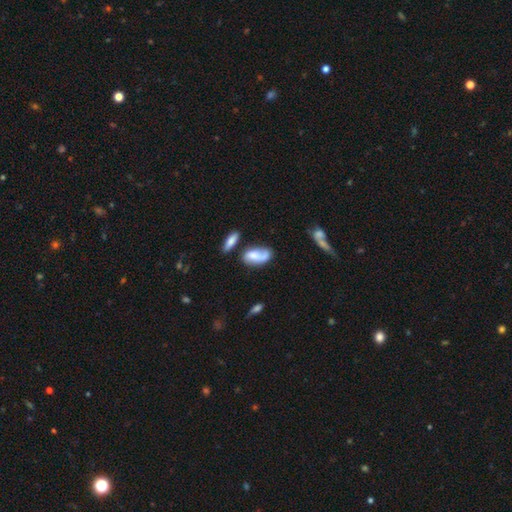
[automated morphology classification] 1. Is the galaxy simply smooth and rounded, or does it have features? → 55% smooth, 37% featured or disk, 8% star or artifact.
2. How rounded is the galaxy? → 88% in between, 6% cigar-shaped, 5% round.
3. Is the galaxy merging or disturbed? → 46% none, 24% minor disturbance, 18% merger, 12% major disturbance.